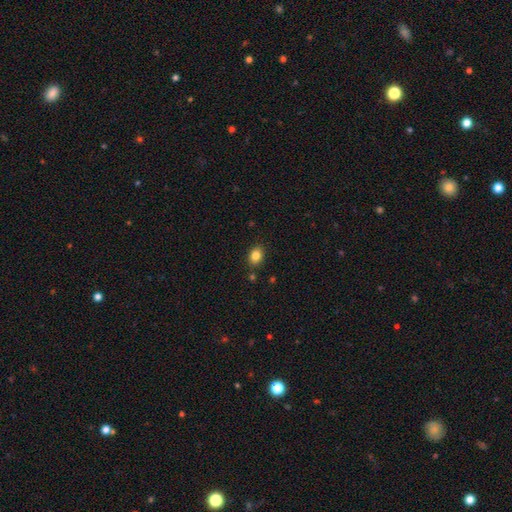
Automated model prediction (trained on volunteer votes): A smooth galaxy with no disk features (84%) that is in between round and cigar-shaped (56%).

Vote fractions:
- Smooth or featured? smooth: 84% / star or artifact: 11% / featured or disk: 6%
- How rounded? in between: 56% / round: 43% / cigar-shaped: 1%
- Merging? none: 86% / minor disturbance: 9% / merger: 3% / major disturbance: 2%